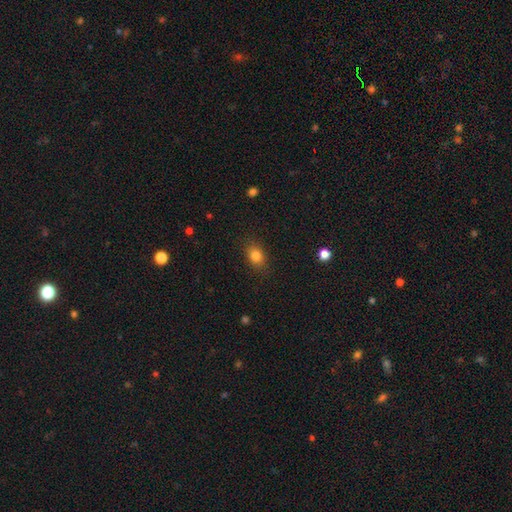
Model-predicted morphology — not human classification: smooth_or_featured: smooth (p=0.83) [alt: star or artifact p=0.11]
how_rounded: in between (p=0.67) [alt: round p=0.31]
merging: none (p=0.85) [alt: minor disturbance p=0.10]